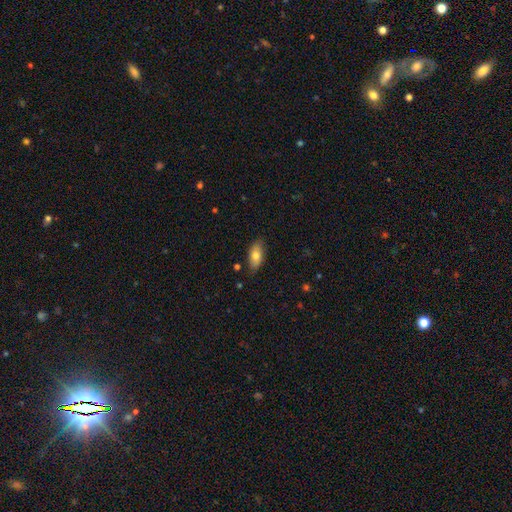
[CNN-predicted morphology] Smooth or featured? Predicted: smooth (p=0.74). How rounded? Predicted: in between (p=0.89). Merging? Predicted: none (p=0.82).